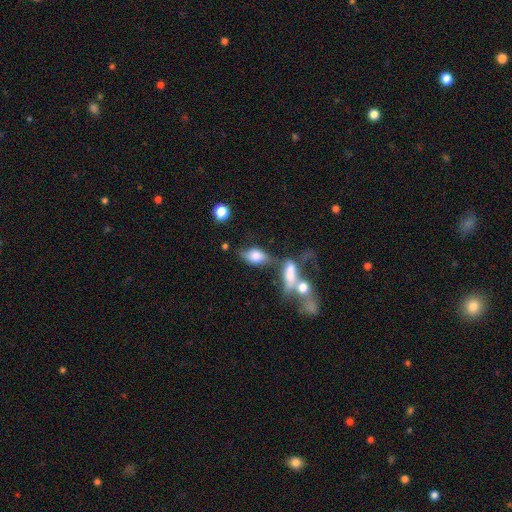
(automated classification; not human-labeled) This is likely a smooth galaxy (68%). How rounded: clearly in between (86%). Merging: marginally none (39%).